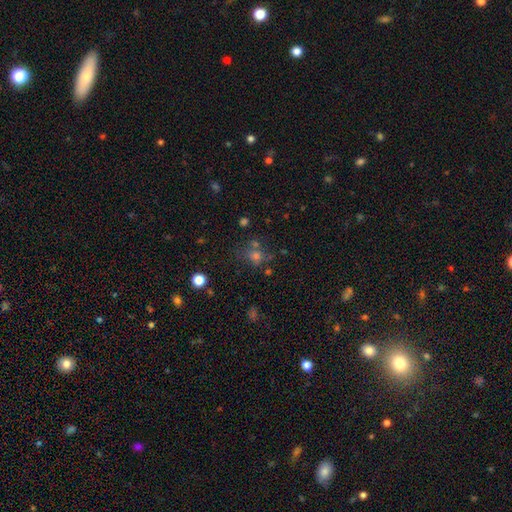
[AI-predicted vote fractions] Morphology: type=smooth (54%); roundness=round (79%); merging=none (63%).